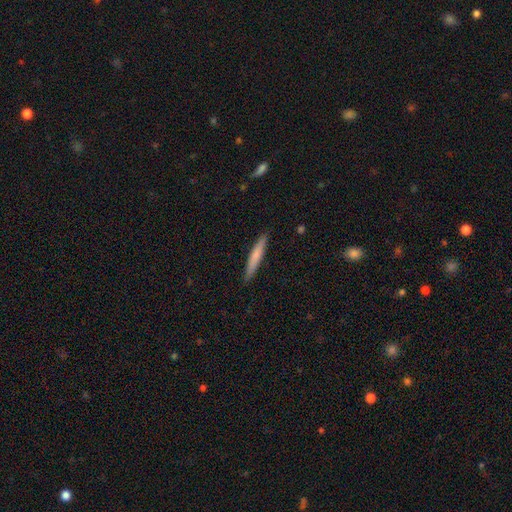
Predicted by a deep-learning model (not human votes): This is likely a smooth galaxy (66%). How rounded: clearly cigar-shaped (95%). Merging: clearly none (89%).